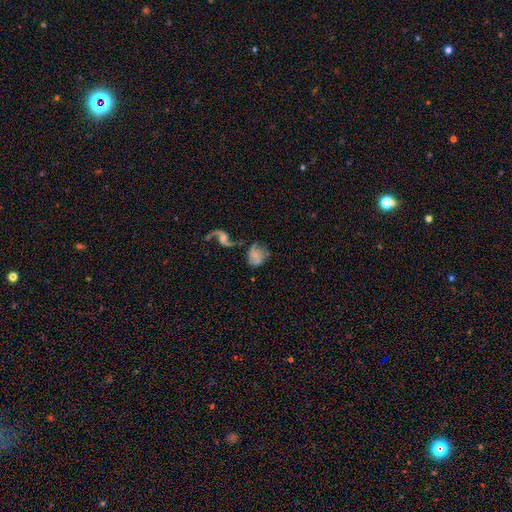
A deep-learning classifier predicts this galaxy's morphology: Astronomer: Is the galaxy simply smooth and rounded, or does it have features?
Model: featured or disk — 57%.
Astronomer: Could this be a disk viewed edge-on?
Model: no — 97%.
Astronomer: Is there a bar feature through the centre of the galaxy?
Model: no — 62%.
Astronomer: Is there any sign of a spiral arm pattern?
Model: yes — 81%.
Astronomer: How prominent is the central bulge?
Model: none — 44% (runner-up: small, 35%).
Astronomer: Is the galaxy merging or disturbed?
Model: none — 41% (runner-up: major disturbance, 21%).